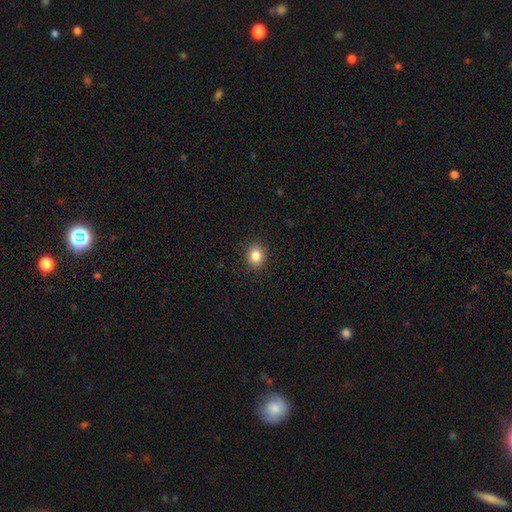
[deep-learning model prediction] This appears to be a smooth galaxy with no disk features (84%) that is round (66%). Merging: none (90%).